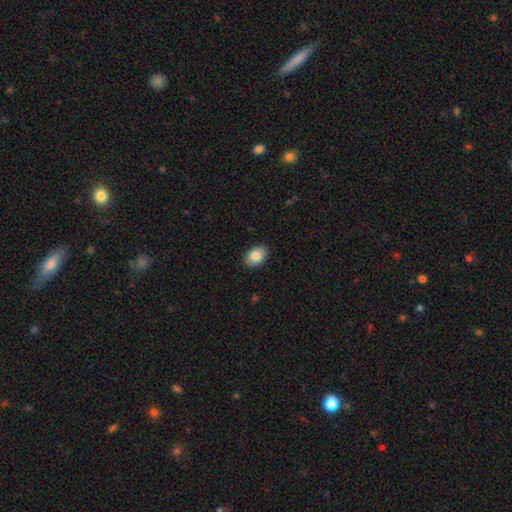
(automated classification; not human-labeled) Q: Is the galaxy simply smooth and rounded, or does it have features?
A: smooth — 83%.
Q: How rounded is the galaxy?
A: in between — 79%.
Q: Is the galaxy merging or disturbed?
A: none — 89%.